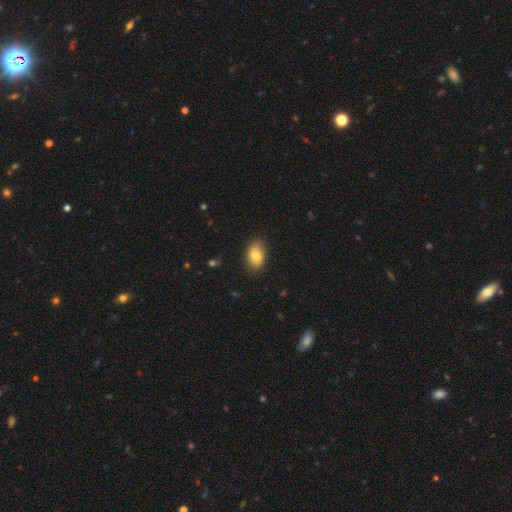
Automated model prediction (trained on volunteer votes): smooth-or-featured: smooth: 79% | featured or disk: 14% | star or artifact: 7%
  how-rounded: in between: 87% | round: 11% | cigar-shaped: 1%
  merging: none: 84% | minor disturbance: 12% | major disturbance: 2% | merger: 1%